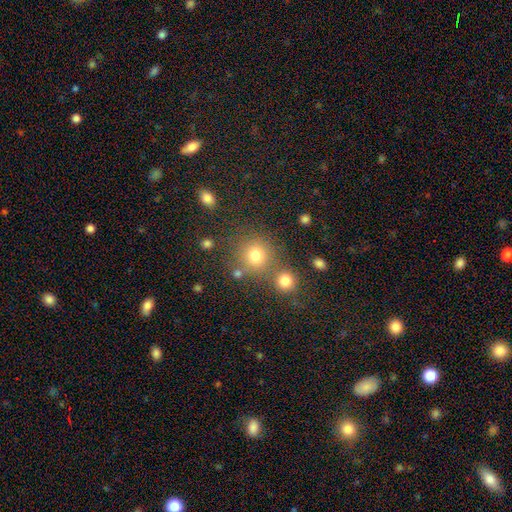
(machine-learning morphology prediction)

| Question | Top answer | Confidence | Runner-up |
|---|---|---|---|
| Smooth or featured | smooth | 77% | star or artifact (15%) |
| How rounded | round | 90% | in between (9%) |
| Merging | none | 67% | merger (20%) |